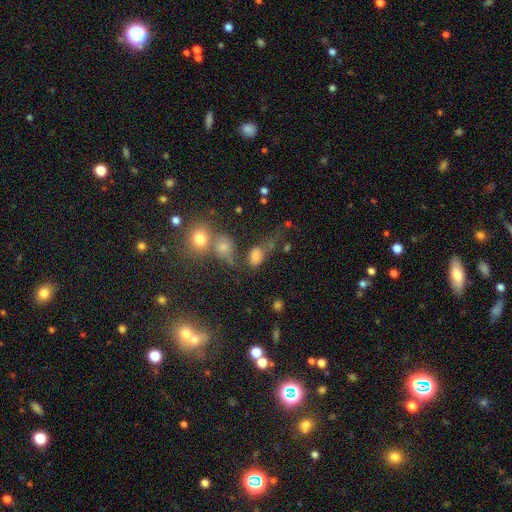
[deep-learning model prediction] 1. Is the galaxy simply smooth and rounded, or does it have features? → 72% smooth, 16% star or artifact, 12% featured or disk.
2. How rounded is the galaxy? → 76% in between, 20% round, 4% cigar-shaped.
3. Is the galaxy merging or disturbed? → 35% none, 27% merger, 20% major disturbance, 19% minor disturbance.